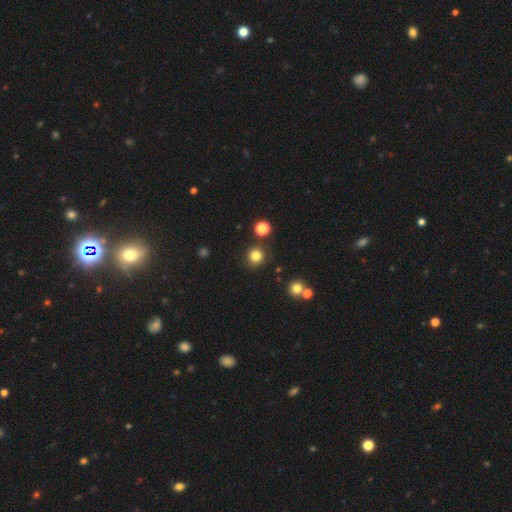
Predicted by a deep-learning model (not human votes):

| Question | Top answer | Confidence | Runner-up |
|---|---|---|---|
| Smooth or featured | smooth | 82% | star or artifact (13%) |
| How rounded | round | 93% | in between (6%) |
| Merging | none | 87% | minor disturbance (7%) |